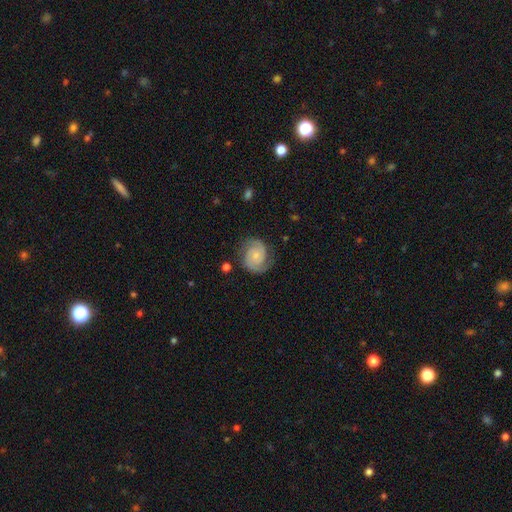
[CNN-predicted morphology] Smooth or featured?
  - featured or disk: 84% *
  - smooth: 10%
  - star or artifact: 6%
Edge-on disk?
  - no: 98% *
  - yes: 2%
Bar?
  - no: 70% *
  - weak: 26%
  - strong: 5%
Spiral arms?
  - yes: 97% *
  - no: 3%
Spiral winding?
  - tight: 51% *
  - medium: 40%
  - loose: 9%
Spiral arm count?
  - 2: 90% *
  - can't tell: 4%
  - 3: 3%
  - 1: 2%
  - 4: 1%
  - more than 4: 1%
Bulge size?
  - small: 64% *
  - moderate: 23%
  - none: 10%
  - large: 2%
  - dominant: 1%
Merging?
  - none: 78% *
  - minor disturbance: 15%
  - major disturbance: 5%
  - merger: 2%